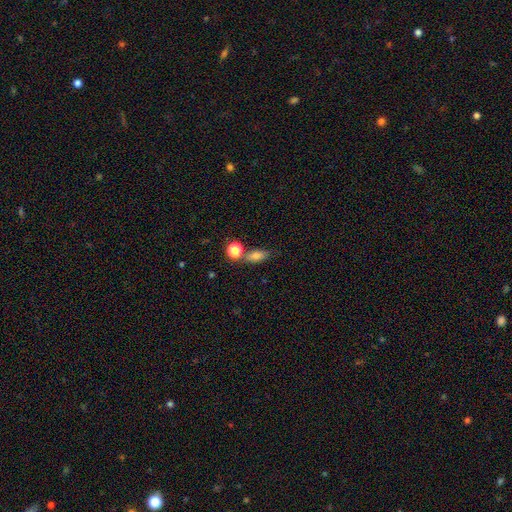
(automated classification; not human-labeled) Smooth or featured: smooth — 78% (star or artifact — 12%)
How rounded: in between — 71% (round — 16%)
Merging: none — 61% (merger — 18%)